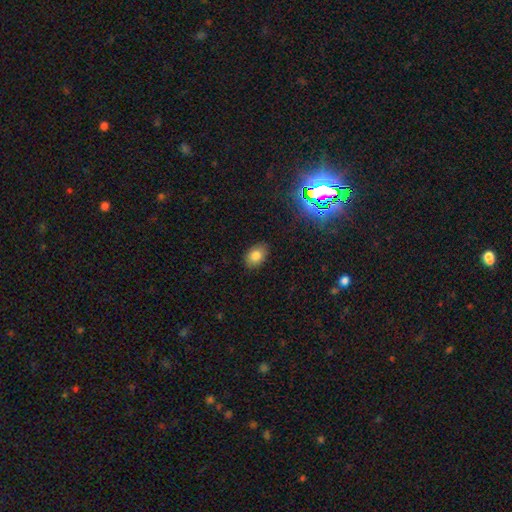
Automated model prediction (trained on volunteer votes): Overall: smooth (81%). How rounded: in between (81%). Merging: none (85%).